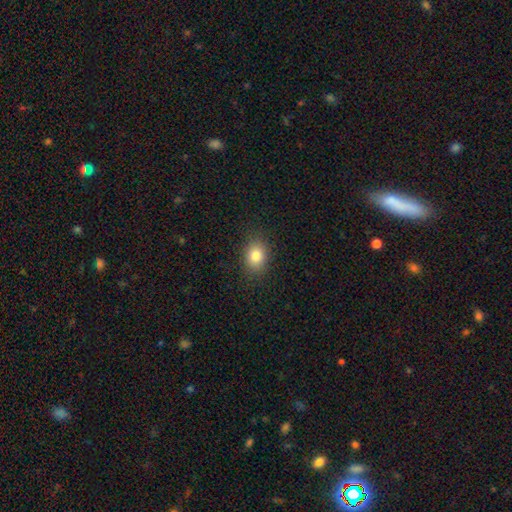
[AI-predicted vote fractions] A smooth galaxy with no disk features (82%) that is in between round and cigar-shaped (62%).

Vote fractions:
- Smooth or featured? smooth: 82% / star or artifact: 10% / featured or disk: 8%
- How rounded? in between: 62% / round: 37% / cigar-shaped: 1%
- Merging? none: 87% / minor disturbance: 9% / major disturbance: 3% / merger: 1%